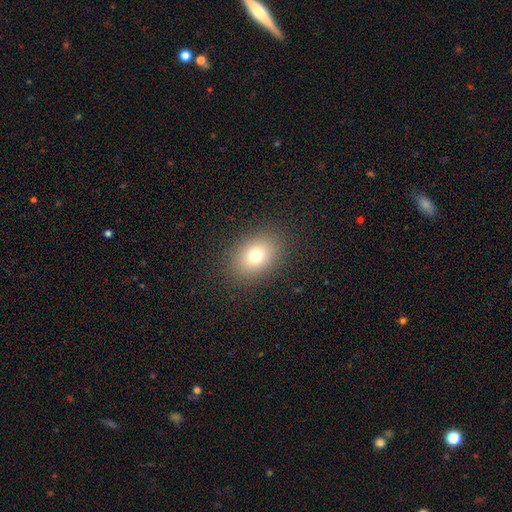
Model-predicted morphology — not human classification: The model was most divided on "how rounded": in between: 67%, round: 32%, cigar-shaped: 1%. More confident: merging — none (87%); smooth or featured — smooth (75%).